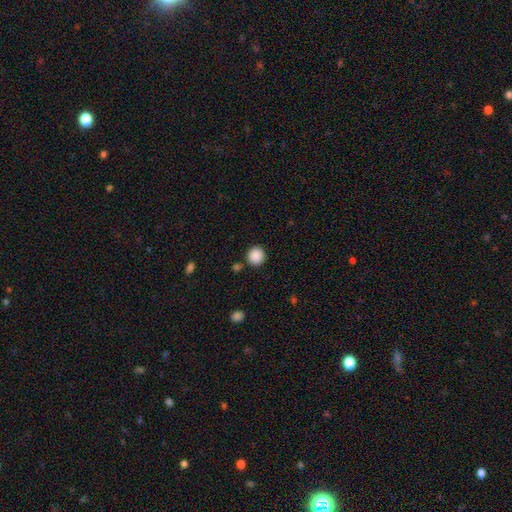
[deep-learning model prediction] Smooth or featured? Predicted: smooth (p=0.88). How rounded? Predicted: round (p=0.92). Merging? Predicted: none (p=0.86).